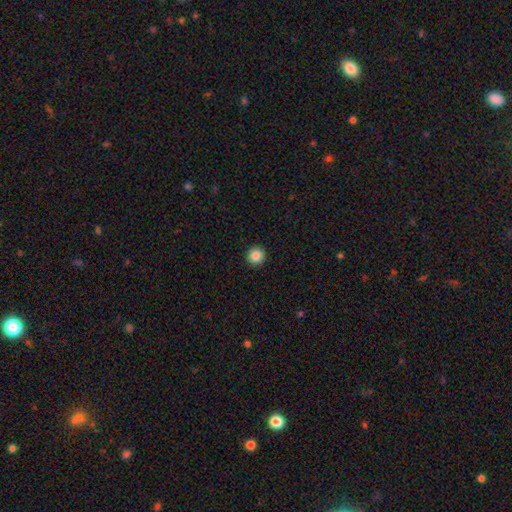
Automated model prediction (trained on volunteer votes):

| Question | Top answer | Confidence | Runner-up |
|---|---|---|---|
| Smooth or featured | smooth | 86% | star or artifact (10%) |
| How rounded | round | 96% | in between (3%) |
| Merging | none | 93% | minor disturbance (5%) |